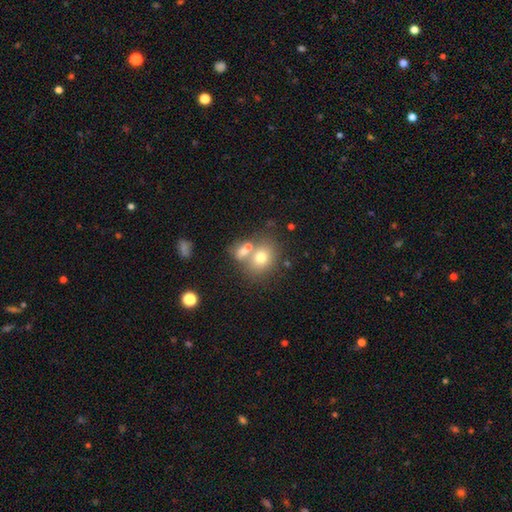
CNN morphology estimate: smooth-or-featured: smooth: 65% | featured or disk: 19% | star or artifact: 16%
  how-rounded: round: 64% | in between: 34% | cigar-shaped: 1%
  merging: merger: 49% | none: 38% | minor disturbance: 8% | major disturbance: 4%